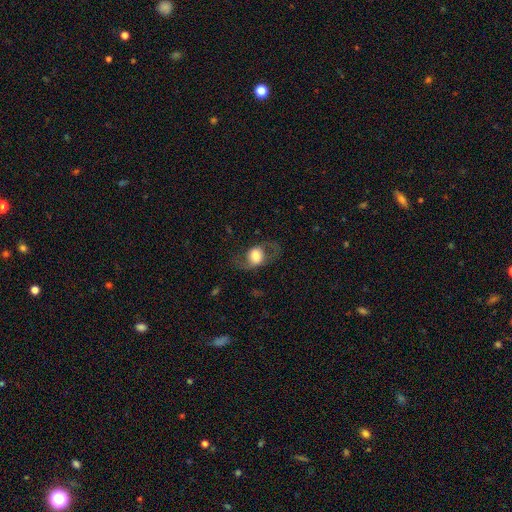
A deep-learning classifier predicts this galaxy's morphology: Smooth or featured: smooth — 48% (featured or disk — 45%)
Merging: none — 66% (major disturbance — 17%)